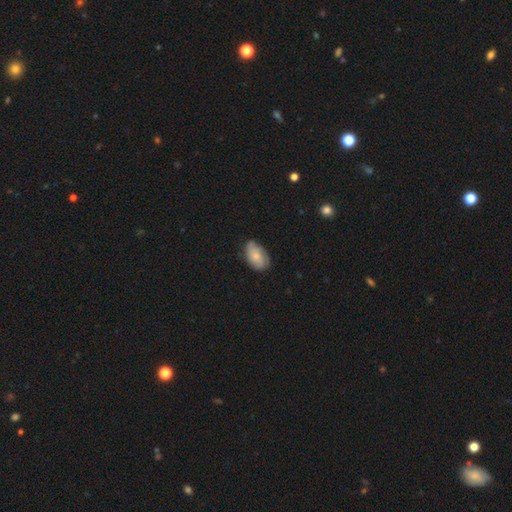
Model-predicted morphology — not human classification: The model was most divided on "merging": none: 66%, minor disturbance: 28%, major disturbance: 4%, merger: 1%. More confident: how rounded — in between (91%); smooth or featured — smooth (71%).